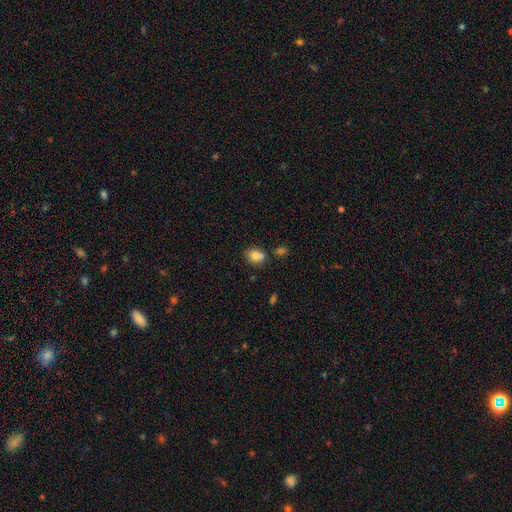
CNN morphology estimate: Smooth or featured? smooth (79%)
How rounded? round (56%)
Merging? none (58%)